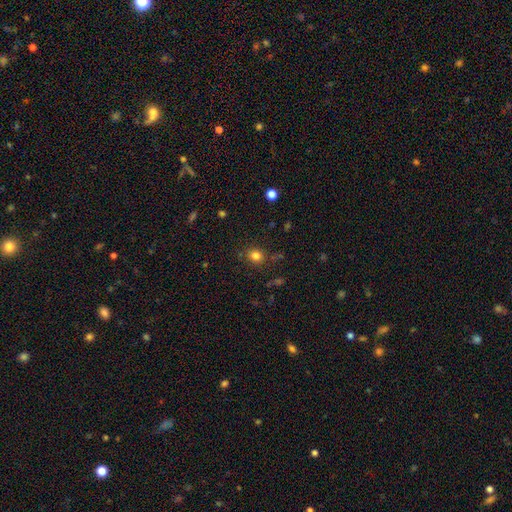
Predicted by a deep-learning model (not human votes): smooth-or-featured: smooth: 80% | star or artifact: 14% | featured or disk: 6%
  how-rounded: round: 75% | in between: 24% | cigar-shaped: 1%
  merging: none: 84% | minor disturbance: 10% | major disturbance: 3% | merger: 3%